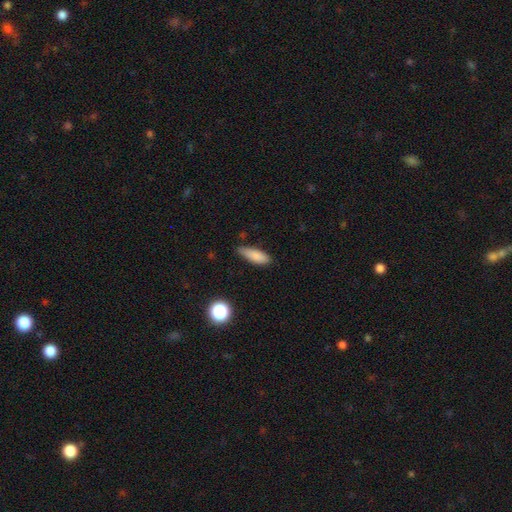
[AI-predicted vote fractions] Overall: smooth (84%). How rounded: in between (58%; cigar-shaped 39%). Merging: none (74%).